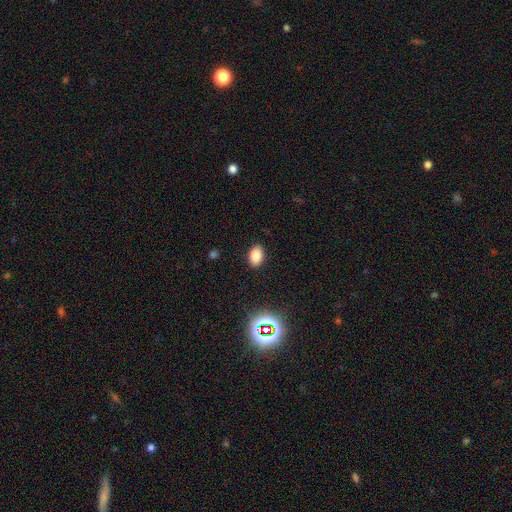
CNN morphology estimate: The model was most divided on "smooth or featured": smooth: 83%, star or artifact: 12%, featured or disk: 5%. More confident: merging — none (88%); how rounded — in between (86%).